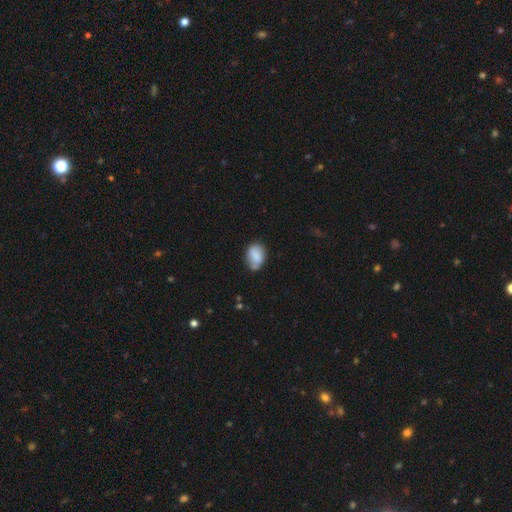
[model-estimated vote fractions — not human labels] Q: Smooth or featured?
A: smooth (79%); runner-up: featured or disk (13%)
Q: How rounded?
A: in between (78%); runner-up: round (21%)
Q: Merging?
A: none (61%); runner-up: minor disturbance (28%)